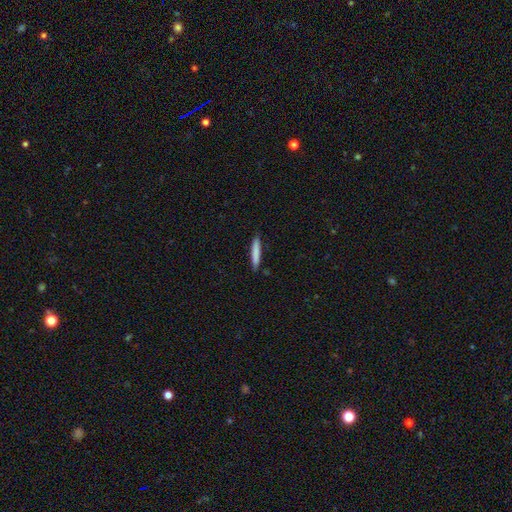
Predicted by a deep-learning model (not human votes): A smooth galaxy with no disk features (81%) that is cigar-shaped (93%). Merging: none (88%).